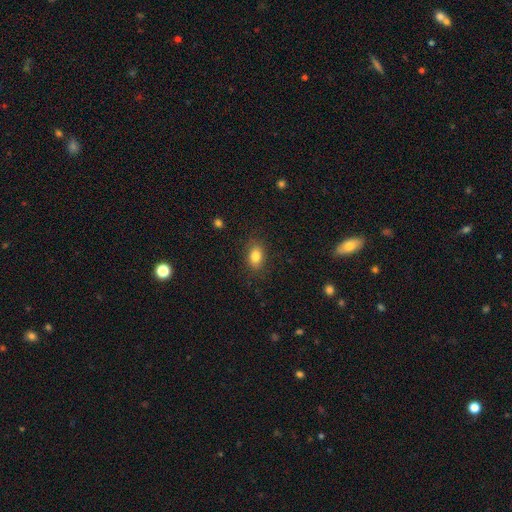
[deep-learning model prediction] Smooth or featured?
  - smooth: 84% *
  - star or artifact: 9%
  - featured or disk: 7%
How rounded?
  - in between: 81% *
  - round: 17%
  - cigar-shaped: 2%
Merging?
  - none: 86% *
  - minor disturbance: 10%
  - major disturbance: 3%
  - merger: 1%